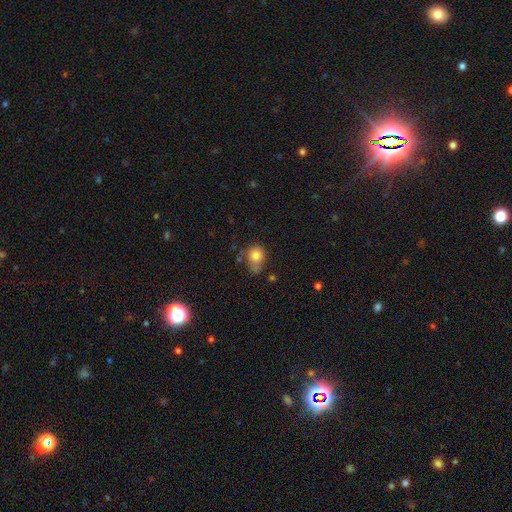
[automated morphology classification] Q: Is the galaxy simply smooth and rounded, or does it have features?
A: smooth — 79%.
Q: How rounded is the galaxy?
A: round — 57%.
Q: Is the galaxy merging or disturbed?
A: none — 44%.